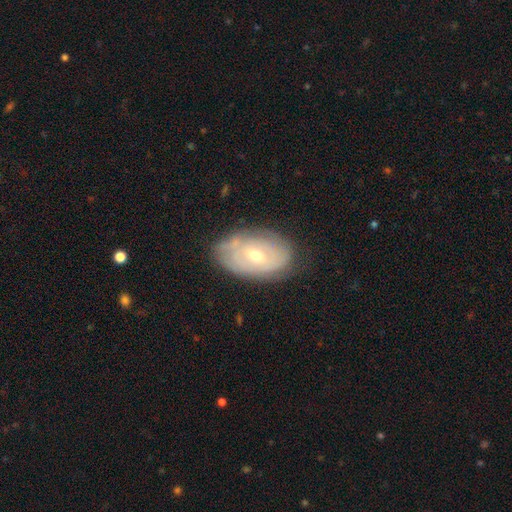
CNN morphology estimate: The model was most divided on "bulge size": moderate: 57%, small: 39%, large: 2%, none: 1%, dominant: 1%. More confident: edge-on disk — no (93%); merging — none (71%); smooth or featured — featured or disk (62%); spiral arms — yes (61%); bar — no (60%).